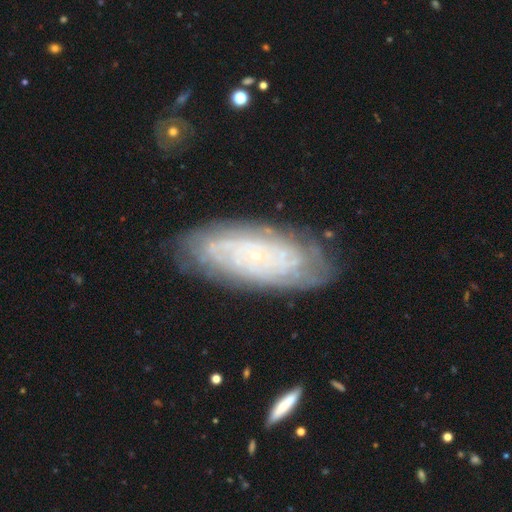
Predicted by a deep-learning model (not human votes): Smooth or featured? Predicted: featured or disk (p=0.78). Edge-on disk? Predicted: no (p=0.91). Bar? Predicted: no (p=0.82). Spiral arms? Predicted: yes (p=0.92). Spiral winding? Predicted: tight (p=0.81). Spiral arm count? Predicted: can't tell (p=0.50). Bulge size? Predicted: small (p=0.89). Merging? Predicted: none (p=0.78).